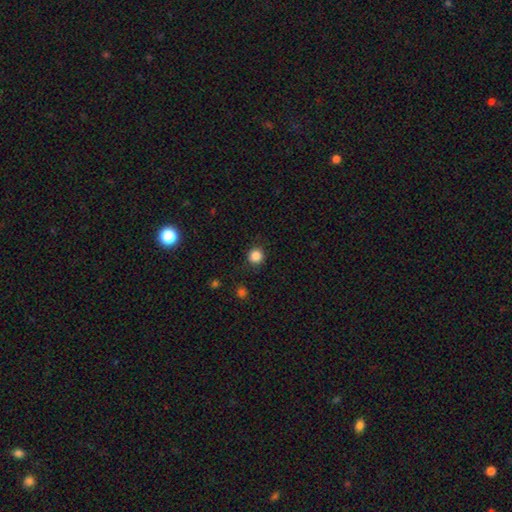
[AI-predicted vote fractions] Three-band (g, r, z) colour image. It shows a smooth galaxy with no disk features (85%) that is round (92%). Merging: none (88%).